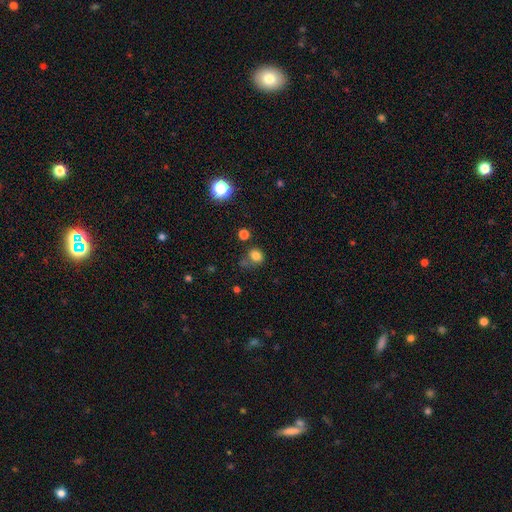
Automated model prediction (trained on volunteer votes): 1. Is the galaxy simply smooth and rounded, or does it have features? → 79% smooth, 16% star or artifact, 6% featured or disk.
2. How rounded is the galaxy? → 72% round, 27% in between, 1% cigar-shaped.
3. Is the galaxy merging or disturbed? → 62% none, 20% minor disturbance, 11% merger, 8% major disturbance.